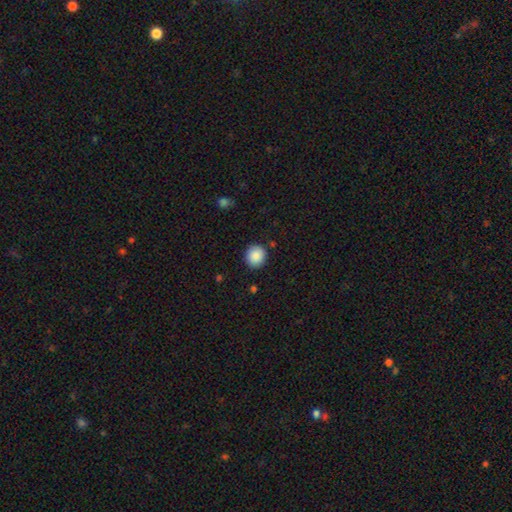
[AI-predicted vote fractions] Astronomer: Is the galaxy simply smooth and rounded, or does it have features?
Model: smooth — 88%.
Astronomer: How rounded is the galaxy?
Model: round — 87%.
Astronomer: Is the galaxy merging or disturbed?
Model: none — 89%.